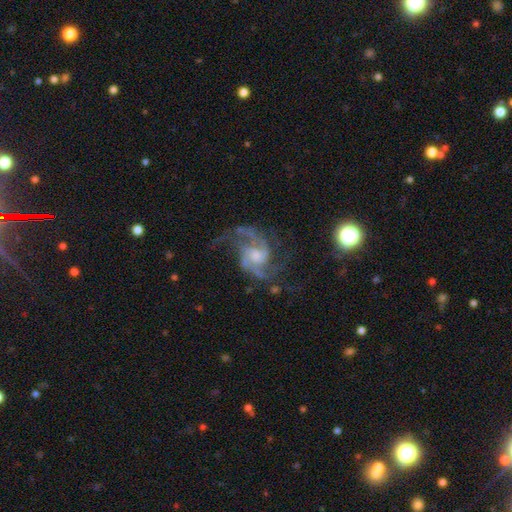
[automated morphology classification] A featured or disk galaxy (90%) with no bar (52%), 2 (62%) medium (55%) spiral arms (98%) and a moderate central bulge (41%). Merging: none (64%).